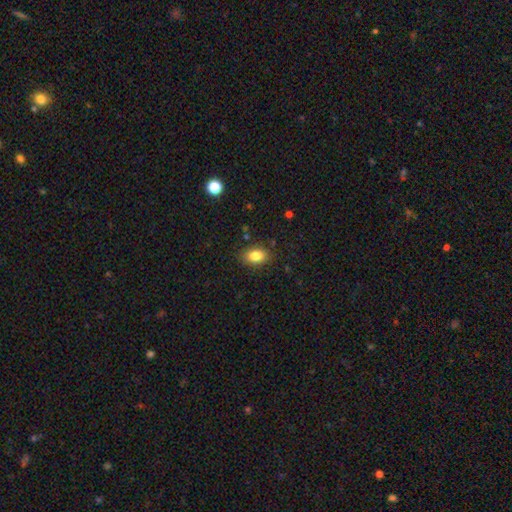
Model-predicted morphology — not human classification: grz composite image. It shows a smooth galaxy with no disk features (84%) that is in between round and cigar-shaped (85%). Merging: none (85%).